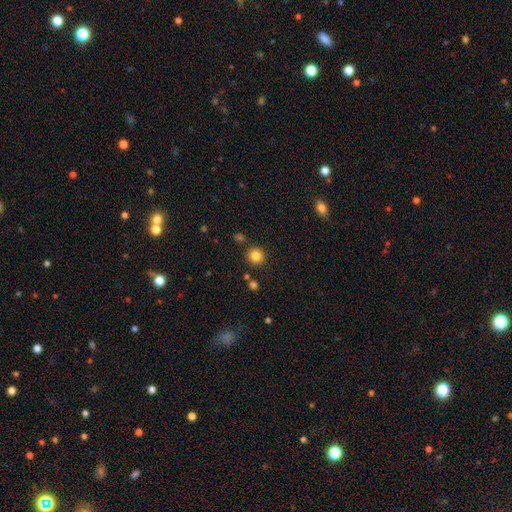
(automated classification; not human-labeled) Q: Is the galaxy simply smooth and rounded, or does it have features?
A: smooth — 83%.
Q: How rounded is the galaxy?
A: round — 91%.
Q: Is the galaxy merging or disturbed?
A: none — 86%.